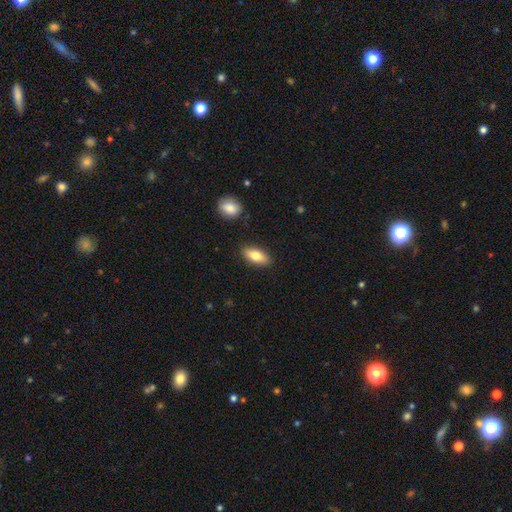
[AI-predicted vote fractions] smooth-or-featured: smooth: 77% | featured or disk: 16% | star or artifact: 7%
  how-rounded: in between: 84% | cigar-shaped: 12% | round: 3%
  merging: none: 87% | minor disturbance: 9% | merger: 2% | major disturbance: 2%